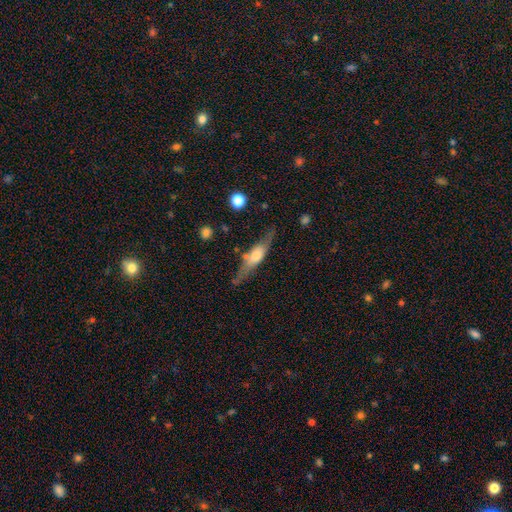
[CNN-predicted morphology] Overall: featured or disk (57%; smooth 37%). Edge-on disk: yes (88%). Edge-on bulge: rounded (77%). Merging: none (73%).